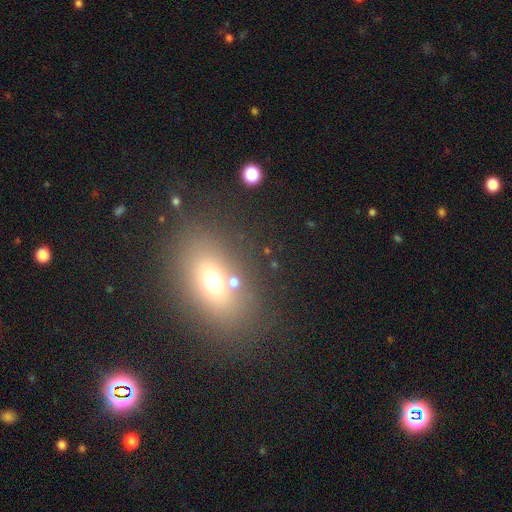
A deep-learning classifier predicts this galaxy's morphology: This is possibly a smooth galaxy (57%). How rounded: likely in between (75%). Merging: likely none (74%).